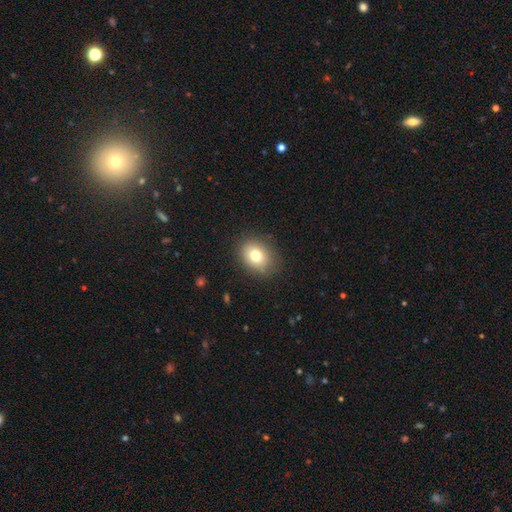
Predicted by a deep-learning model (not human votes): smooth-or-featured: smooth: 76% | featured or disk: 13% | star or artifact: 11%
  how-rounded: round: 50% | in between: 49% | cigar-shaped: 1%
  merging: none: 84% | minor disturbance: 12% | major disturbance: 4% | merger: 1%